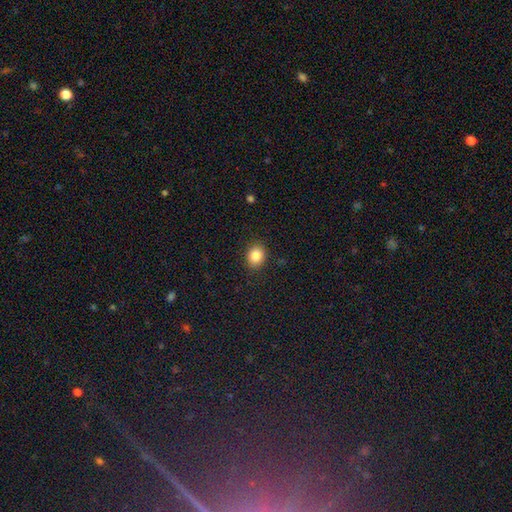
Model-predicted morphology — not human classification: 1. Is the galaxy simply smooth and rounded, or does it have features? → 85% smooth, 10% star or artifact, 5% featured or disk.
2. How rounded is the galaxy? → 64% round, 36% in between, 1% cigar-shaped.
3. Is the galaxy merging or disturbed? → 88% none, 8% minor disturbance, 2% major disturbance, 1% merger.